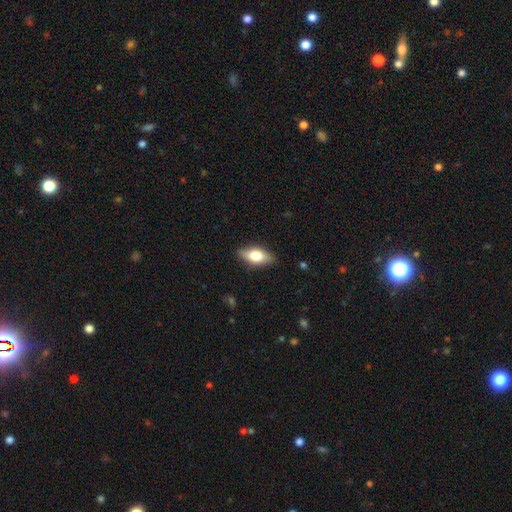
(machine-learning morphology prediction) smooth-or-featured: smooth: 64% | featured or disk: 30% | star or artifact: 7%
  how-rounded: in between: 81% | cigar-shaped: 15% | round: 4%
  merging: none: 86% | minor disturbance: 11% | major disturbance: 2% | merger: 1%